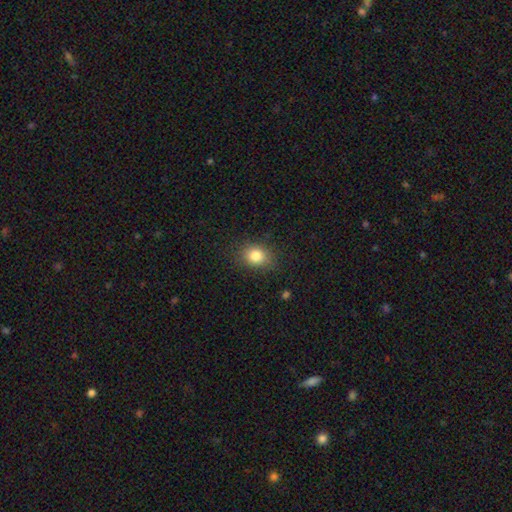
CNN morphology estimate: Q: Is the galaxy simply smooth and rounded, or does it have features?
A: smooth — 82%.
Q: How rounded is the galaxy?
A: round — 54%.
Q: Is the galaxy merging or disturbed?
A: none — 83%.